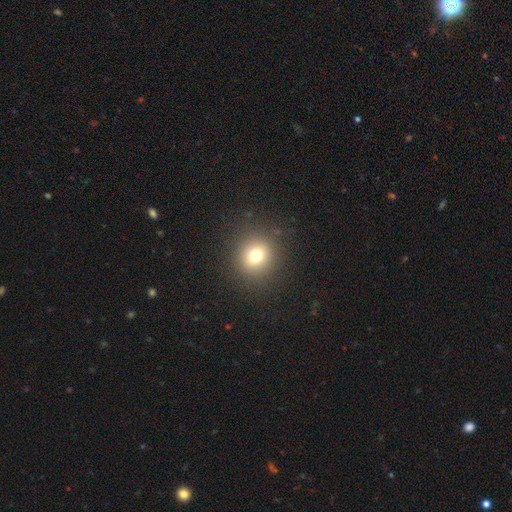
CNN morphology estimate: type=smooth (74%); roundness=round (89%); merging=none (89%).